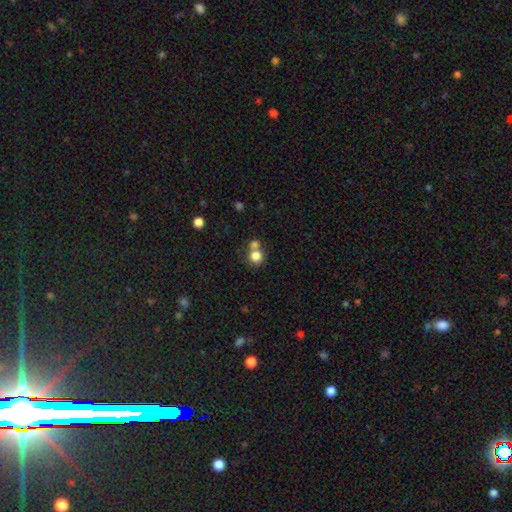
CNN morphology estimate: This is likely a smooth galaxy (80%). How rounded: clearly round (83%). Merging: marginally merger (45%).